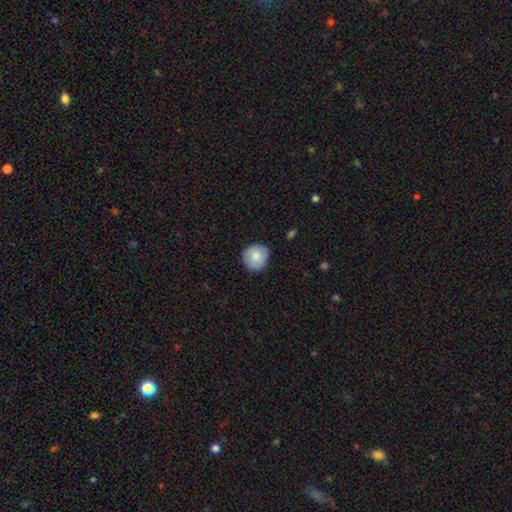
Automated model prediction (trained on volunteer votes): This is clearly a smooth galaxy (81%). How rounded: clearly round (91%). Merging: clearly none (87%).